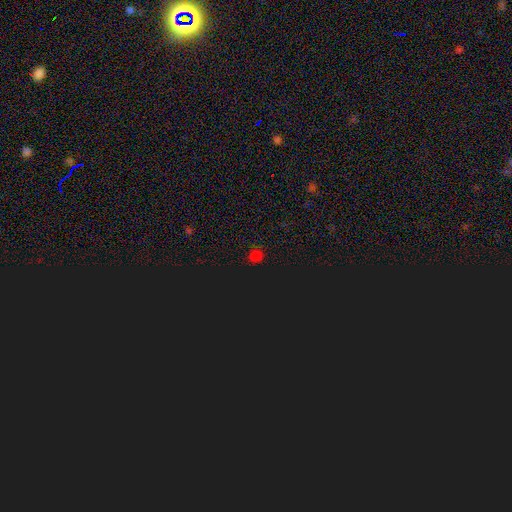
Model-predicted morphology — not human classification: Overall: smooth (59%; star or artifact 37%). How rounded: round (88%). Merging: none (86%).